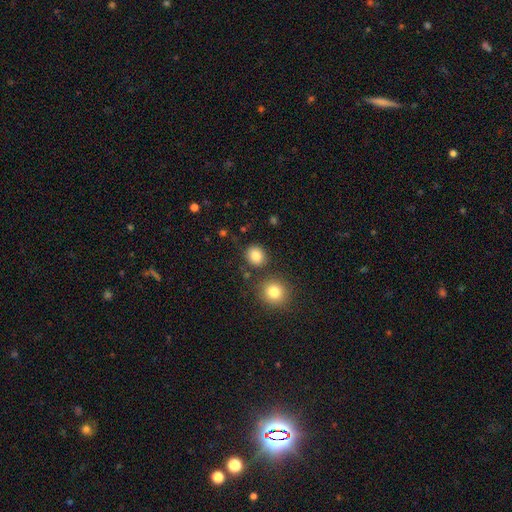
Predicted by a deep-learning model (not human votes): Smooth or featured?
  - smooth: 84% *
  - star or artifact: 11%
  - featured or disk: 5%
How rounded?
  - round: 76% *
  - in between: 23%
  - cigar-shaped: 1%
Merging?
  - none: 81% *
  - minor disturbance: 9%
  - merger: 7%
  - major disturbance: 3%